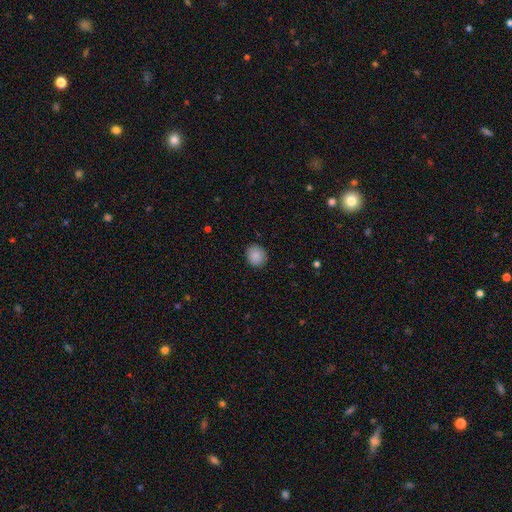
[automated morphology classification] Smooth or featured?
  - smooth: 88% *
  - star or artifact: 8%
  - featured or disk: 4%
How rounded?
  - round: 76% *
  - in between: 23%
  - cigar-shaped: 1%
Merging?
  - none: 88% *
  - minor disturbance: 9%
  - major disturbance: 2%
  - merger: 1%